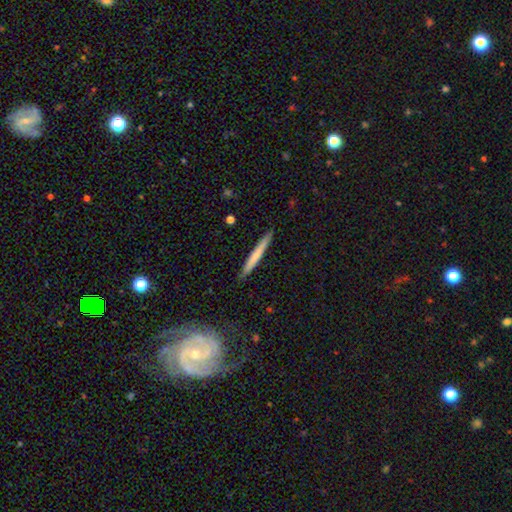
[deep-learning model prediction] This is likely a smooth galaxy (65%). How rounded: clearly cigar-shaped (97%). Merging: clearly none (90%).